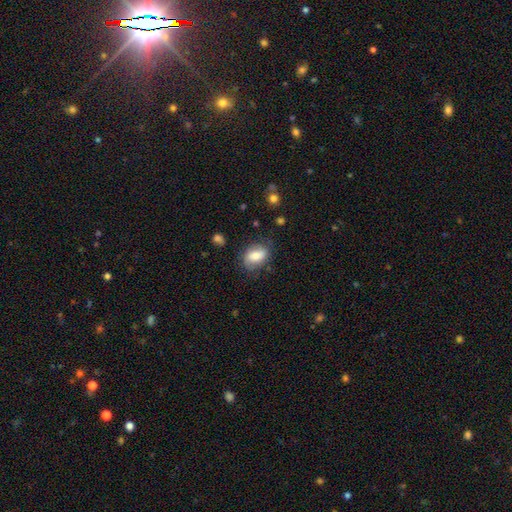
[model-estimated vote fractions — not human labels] Smooth or featured? smooth (70%)
How rounded? in between (80%)
Merging? none (70%)